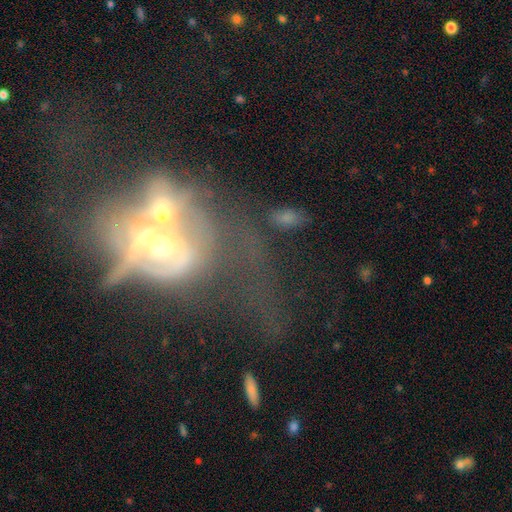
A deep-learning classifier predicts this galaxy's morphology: The model was most divided on "spiral arms": no: 62%, yes: 38%. More confident: edge-on disk — no (92%); bar — no (77%); merging — merger (69%); smooth or featured — featured or disk (63%); bulge size — moderate (56%).